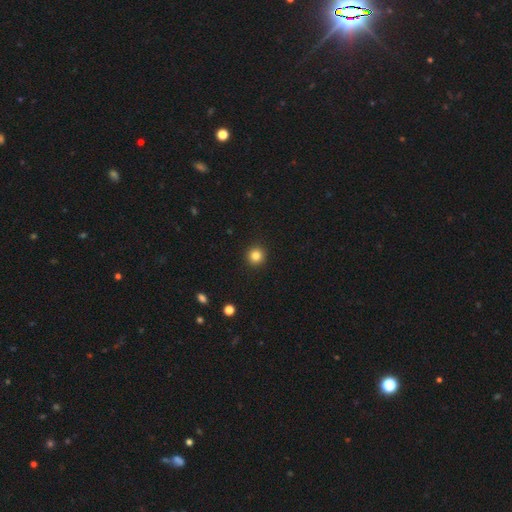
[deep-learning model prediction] Morphology: type=smooth (83%); roundness=round (95%); merging=none (93%).